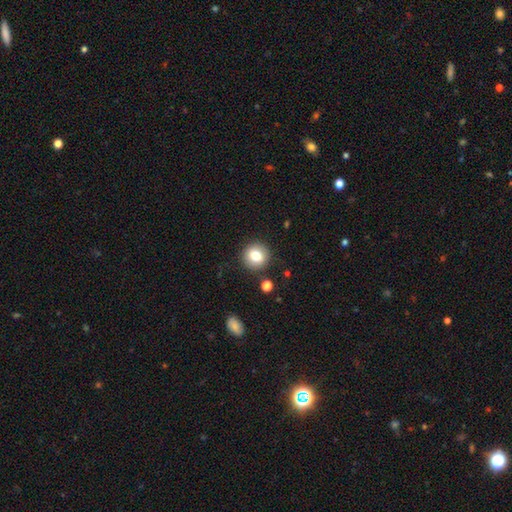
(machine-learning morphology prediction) Overall: smooth (79%). How rounded: round (90%). Merging: none (89%).